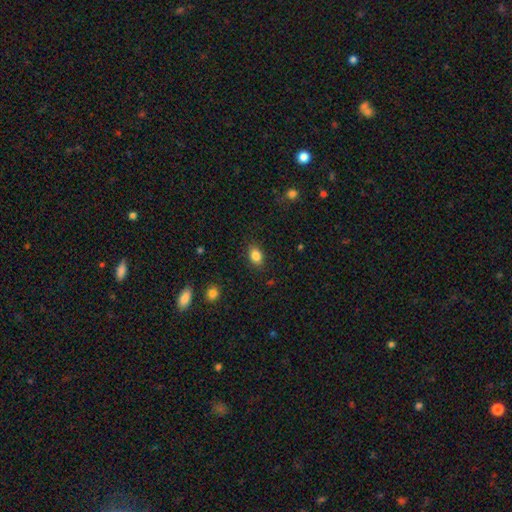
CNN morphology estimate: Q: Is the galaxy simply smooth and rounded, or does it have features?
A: smooth — 86%.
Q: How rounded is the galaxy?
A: in between — 80%.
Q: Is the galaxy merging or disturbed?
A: none — 86%.